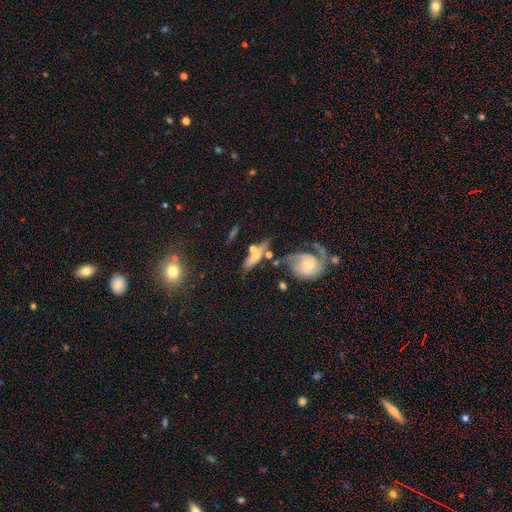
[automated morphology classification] smooth-or-featured: smooth: 45% | featured or disk: 44% | star or artifact: 11%
  merging: none: 51% | merger: 21% | minor disturbance: 18% | major disturbance: 10%